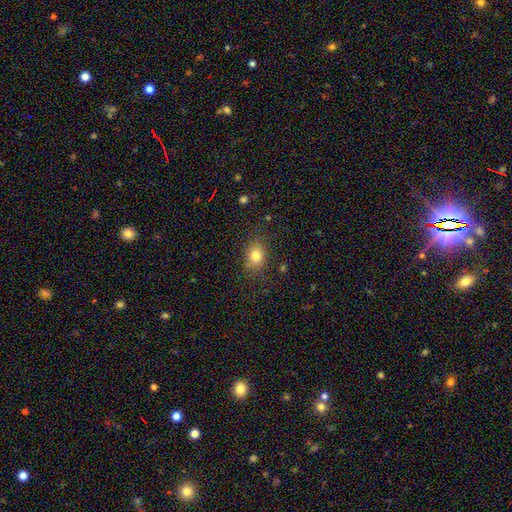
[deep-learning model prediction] A smooth galaxy with no disk features (78%) that is in between round and cigar-shaped (53%).

Vote fractions:
- Smooth or featured? smooth: 78% / star or artifact: 13% / featured or disk: 9%
- How rounded? in between: 53% / round: 46% / cigar-shaped: 2%
- Merging? none: 76% / minor disturbance: 17% / major disturbance: 5% / merger: 2%